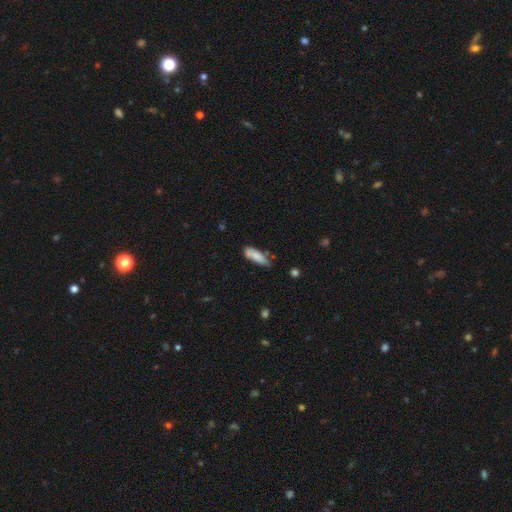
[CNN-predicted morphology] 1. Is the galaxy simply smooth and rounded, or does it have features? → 83% smooth, 10% featured or disk, 6% star or artifact.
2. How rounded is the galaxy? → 50% in between, 49% cigar-shaped, 2% round.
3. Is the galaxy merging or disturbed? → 61% none, 29% minor disturbance, 5% major disturbance, 5% merger.